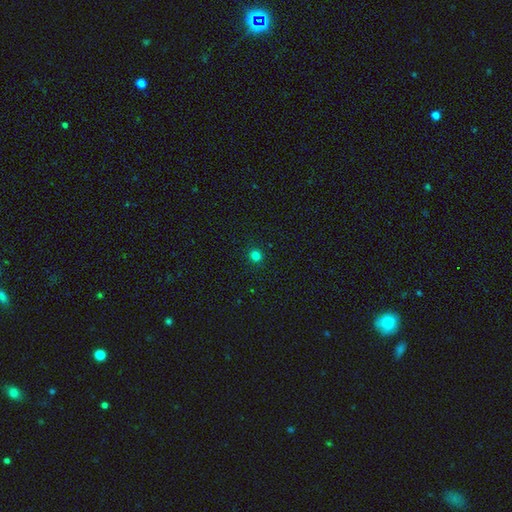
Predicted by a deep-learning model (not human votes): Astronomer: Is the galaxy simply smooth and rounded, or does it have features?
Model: smooth — 80%.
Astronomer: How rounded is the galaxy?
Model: round — 94%.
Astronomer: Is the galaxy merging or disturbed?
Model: none — 93%.